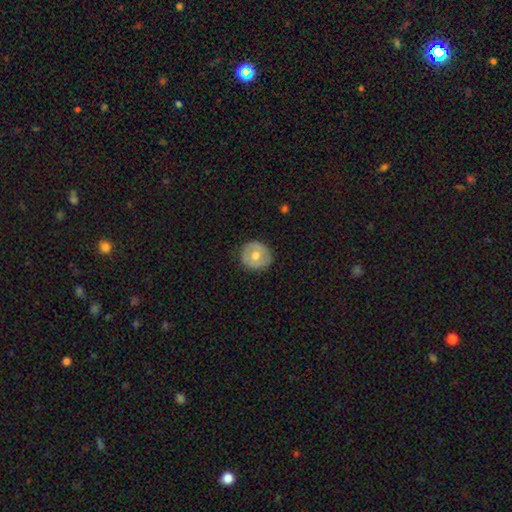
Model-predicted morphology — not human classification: The model was most divided on "smooth or featured": smooth: 51%, featured or disk: 42%, star or artifact: 6%. More confident: how rounded — round (90%); merging — none (86%).